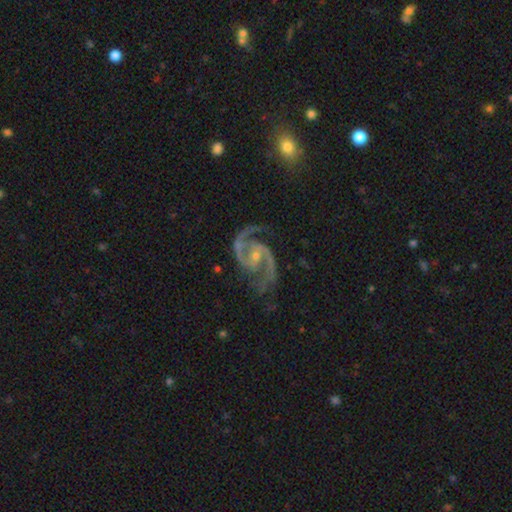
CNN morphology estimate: The model was most divided on "bar": no: 50%, weak: 37%, strong: 14%. More confident: spiral arms — yes (99%); edge-on disk — no (98%); smooth or featured — featured or disk (94%); spiral arm count — 2 (92%); merging — none (74%); bulge size — small (69%); spiral winding — medium (66%).